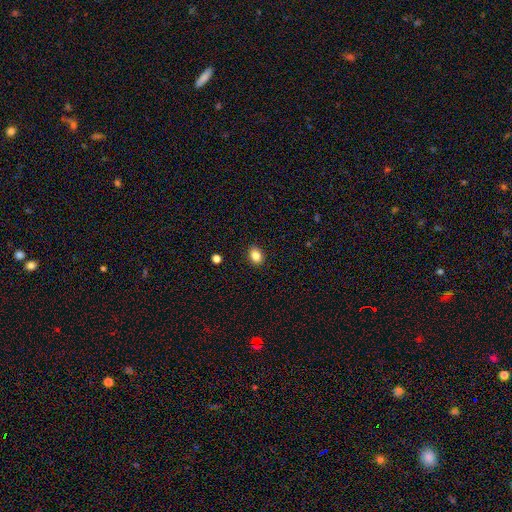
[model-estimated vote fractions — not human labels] A smooth galaxy with no disk features (85%) that is in between round and cigar-shaped (70%). Merging: none (89%).